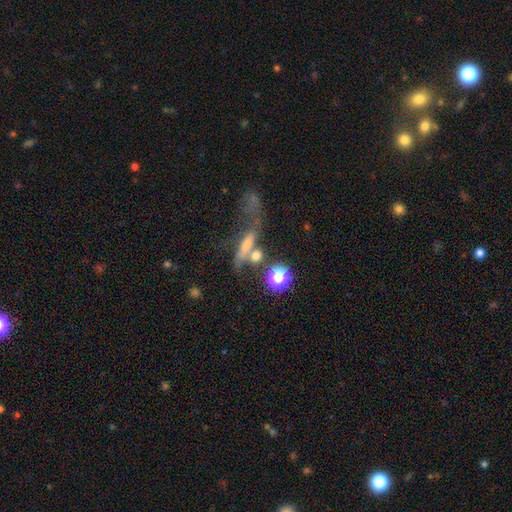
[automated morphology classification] A smooth galaxy with no disk features (56%) that is cigar-shaped (42%).

Vote fractions:
- Smooth or featured? smooth: 56% / featured or disk: 27% / star or artifact: 17%
- How rounded? cigar-shaped: 42% / in between: 34% / round: 24%
- Merging? merger: 37% / none: 33% / major disturbance: 17% / minor disturbance: 13%